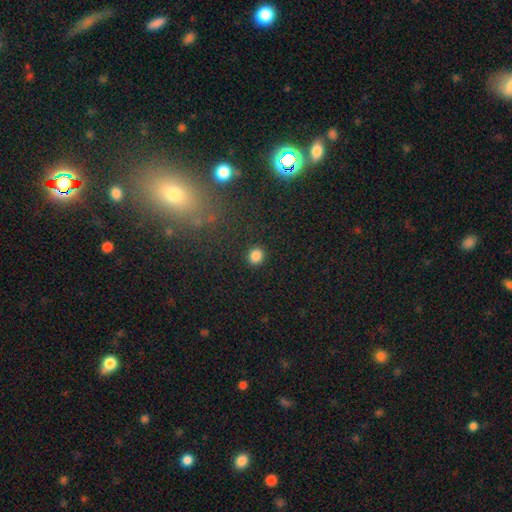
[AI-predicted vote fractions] smooth-or-featured: smooth: 85% | star or artifact: 11% | featured or disk: 4%
  how-rounded: round: 81% | in between: 18% | cigar-shaped: 1%
  merging: none: 91% | minor disturbance: 6% | major disturbance: 2% | merger: 1%